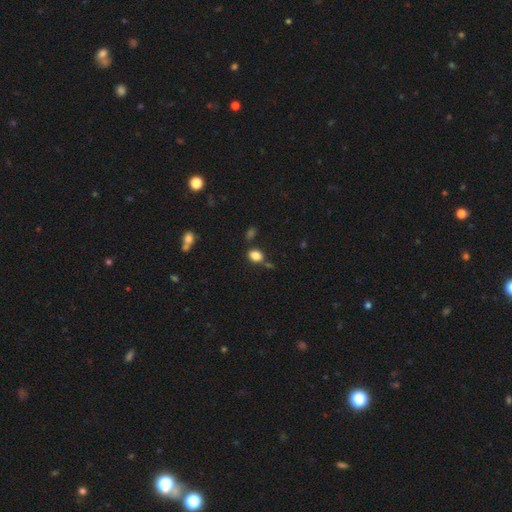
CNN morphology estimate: Overall: smooth (84%). How rounded: in between (75%). Merging: none (73%).